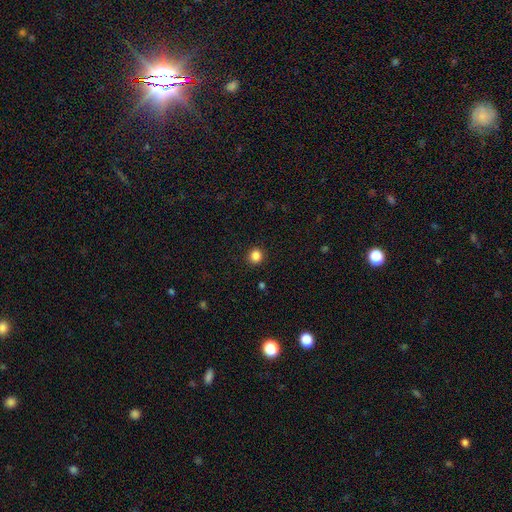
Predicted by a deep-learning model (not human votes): Smooth or featured? Predicted: smooth (p=0.85). How rounded? Predicted: round (p=0.92). Merging? Predicted: none (p=0.92).